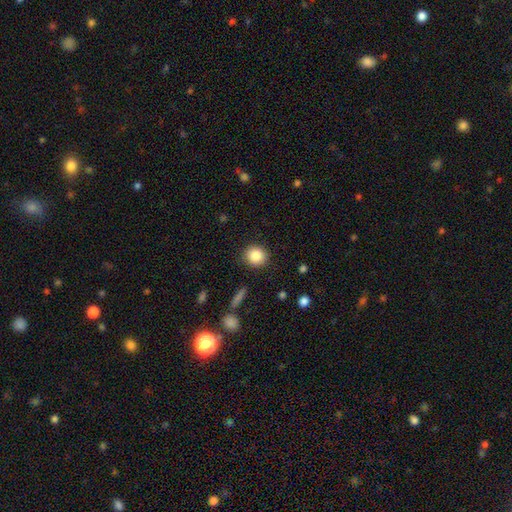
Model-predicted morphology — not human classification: type=smooth (85%); roundness=round (86%); merging=none (89%).